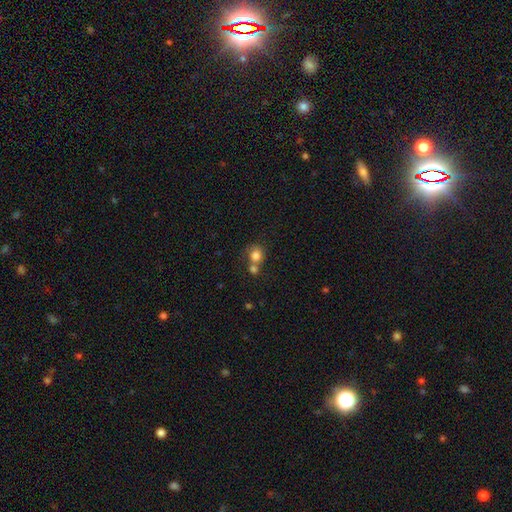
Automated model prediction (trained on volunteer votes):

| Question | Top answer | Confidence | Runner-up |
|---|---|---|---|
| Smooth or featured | smooth | 80% | star or artifact (10%) |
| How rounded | round | 77% | in between (22%) |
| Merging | merger | 47% | none (38%) |